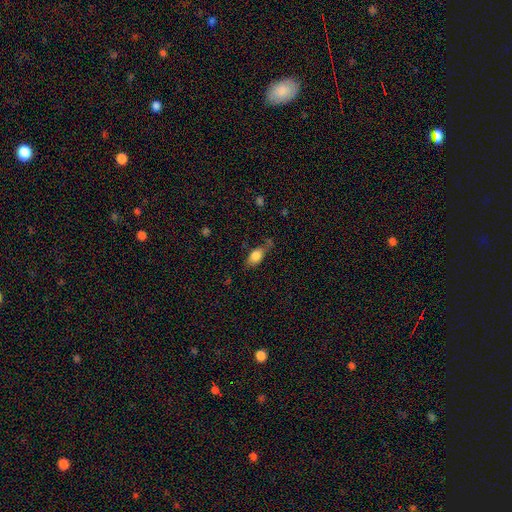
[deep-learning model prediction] smooth 76%, featured or disk 16%, star or artifact 8%. Down the decision tree: how rounded — in between (82%); merging — none (58%).